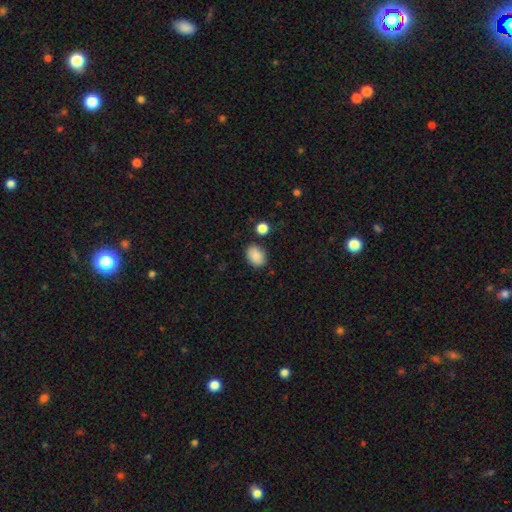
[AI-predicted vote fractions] A smooth galaxy with no disk features (87%) that is in between round and cigar-shaped (70%).

Vote fractions:
- Smooth or featured? smooth: 87% / star or artifact: 8% / featured or disk: 5%
- How rounded? in between: 70% / round: 29% / cigar-shaped: 1%
- Merging? none: 81% / minor disturbance: 12% / merger: 4% / major disturbance: 3%